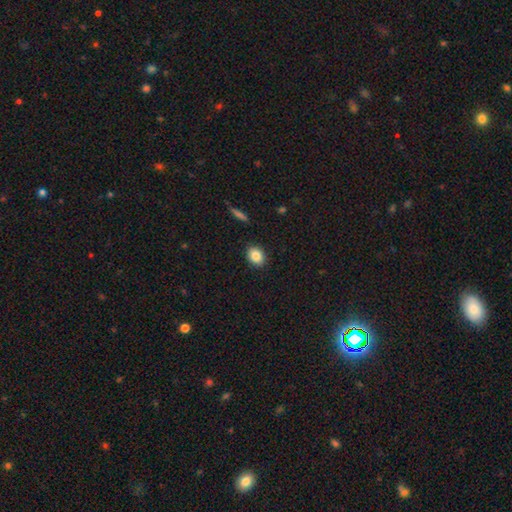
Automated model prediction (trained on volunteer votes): smooth 85%, star or artifact 9%, featured or disk 6%. Down the decision tree: how rounded — in between (61%); merging — none (89%).